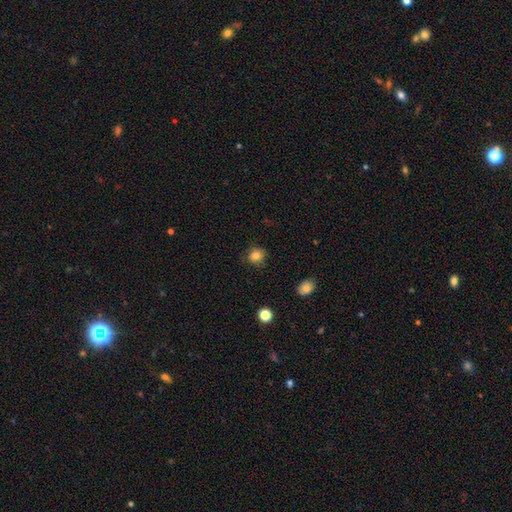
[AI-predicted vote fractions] A smooth galaxy with no disk features (83%) that is round (85%). Merging: none (82%).